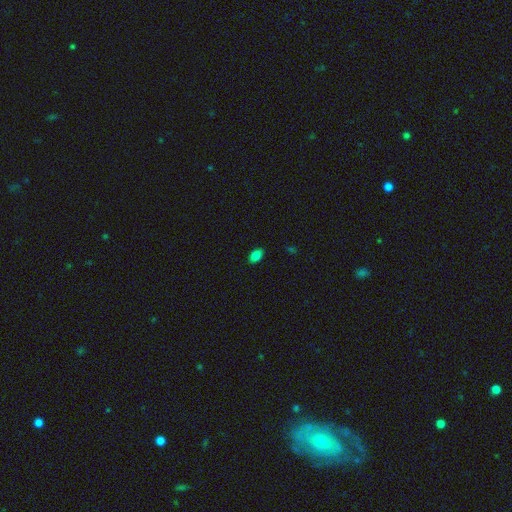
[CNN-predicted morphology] The model was most divided on "smooth or featured": smooth: 84%, star or artifact: 10%, featured or disk: 6%. More confident: how rounded — in between (89%); merging — none (88%).